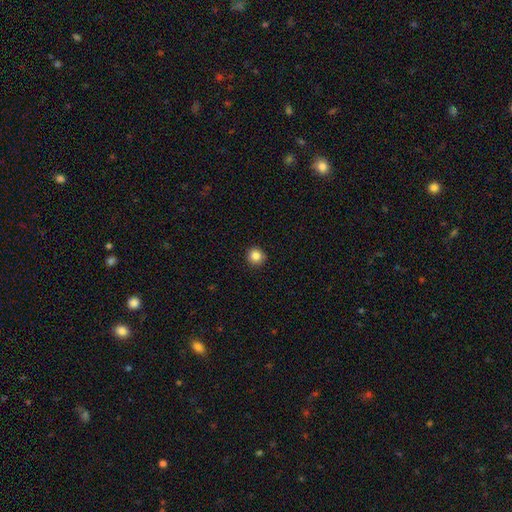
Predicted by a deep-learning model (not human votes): Q: Smooth or featured?
A: smooth (85%); runner-up: star or artifact (11%)
Q: How rounded?
A: round (95%); runner-up: in between (4%)
Q: Merging?
A: none (92%); runner-up: minor disturbance (5%)